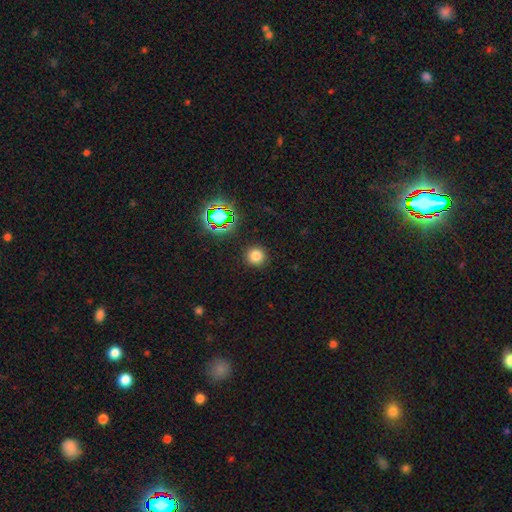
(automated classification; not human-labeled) The model was most divided on "smooth or featured": smooth: 76%, star or artifact: 19%, featured or disk: 6%. More confident: how rounded — round (94%); merging — none (91%).